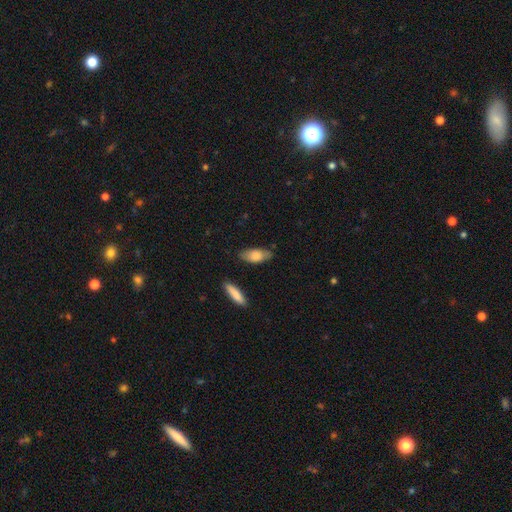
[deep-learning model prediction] smooth_or_featured: smooth (p=0.78) [alt: featured or disk p=0.16]
how_rounded: in between (p=0.80) [alt: cigar-shaped p=0.17]
merging: none (p=0.79) [alt: minor disturbance p=0.15]